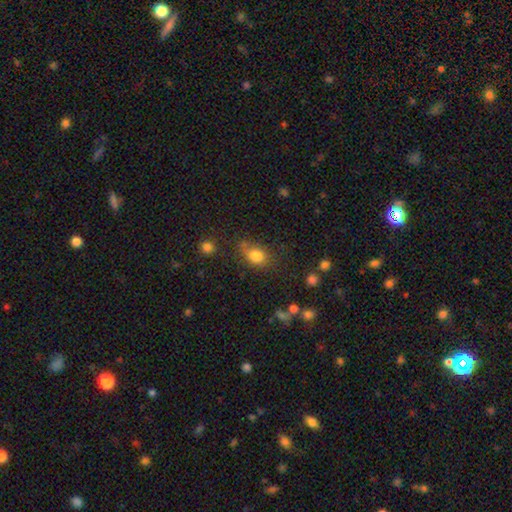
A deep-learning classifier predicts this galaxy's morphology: This is clearly a smooth galaxy (82%). How rounded: likely in between (63%). Merging: likely none (62%).